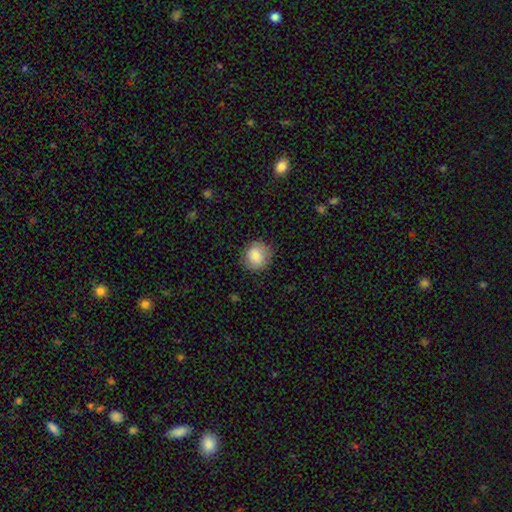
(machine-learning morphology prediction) smooth-or-featured: smooth: 83% | featured or disk: 9% | star or artifact: 8%
  how-rounded: round: 87% | in between: 12% | cigar-shaped: 1%
  merging: none: 82% | minor disturbance: 13% | major disturbance: 4% | merger: 1%